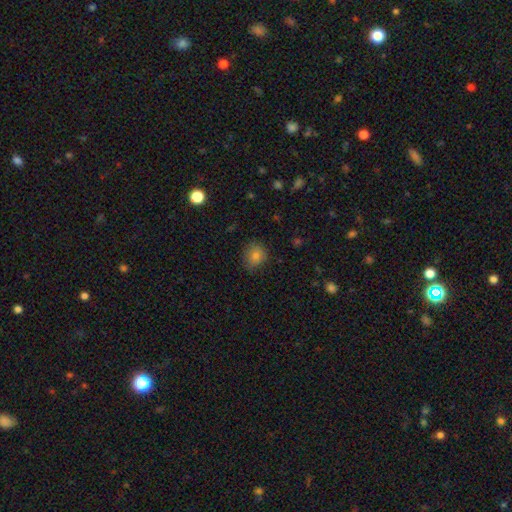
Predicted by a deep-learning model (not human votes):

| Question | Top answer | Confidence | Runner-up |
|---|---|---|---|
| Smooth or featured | smooth | 79% | star or artifact (12%) |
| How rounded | round | 77% | in between (22%) |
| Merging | none | 80% | minor disturbance (16%) |